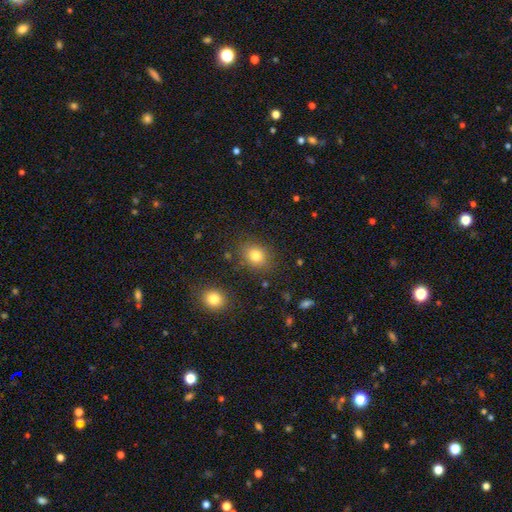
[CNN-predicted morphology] This appears to be a smooth galaxy with no disk features (80%) that is round (52%). Merging: none (82%).